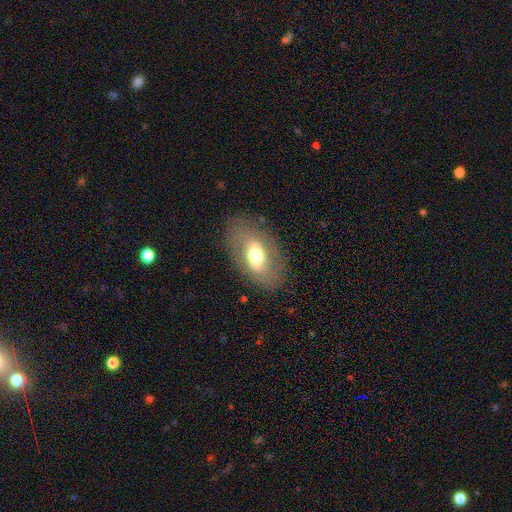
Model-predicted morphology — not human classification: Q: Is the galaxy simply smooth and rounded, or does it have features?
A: smooth — 49%.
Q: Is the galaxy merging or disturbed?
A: none — 79%.